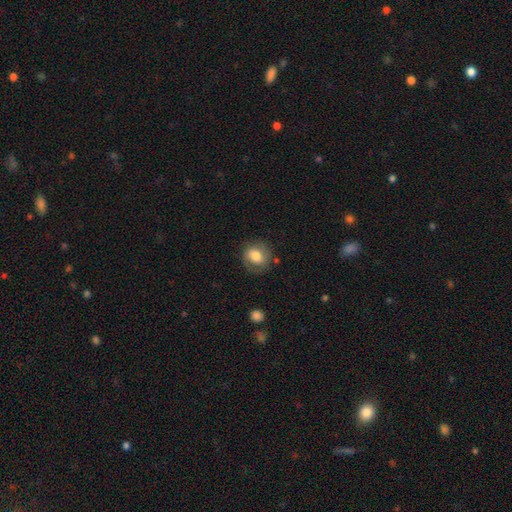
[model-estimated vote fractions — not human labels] Smooth or featured?
  - smooth: 57% *
  - featured or disk: 35%
  - star or artifact: 8%
How rounded?
  - round: 66% *
  - in between: 33%
  - cigar-shaped: 1%
Merging?
  - none: 72% *
  - minor disturbance: 18%
  - major disturbance: 8%
  - merger: 2%